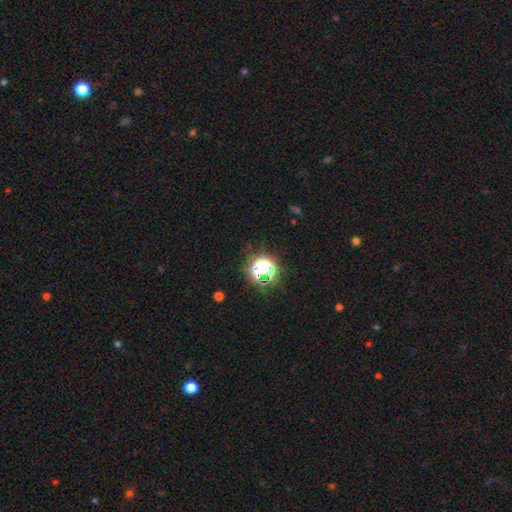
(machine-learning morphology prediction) This appears to be a star or artifact, not a galaxy (76%).